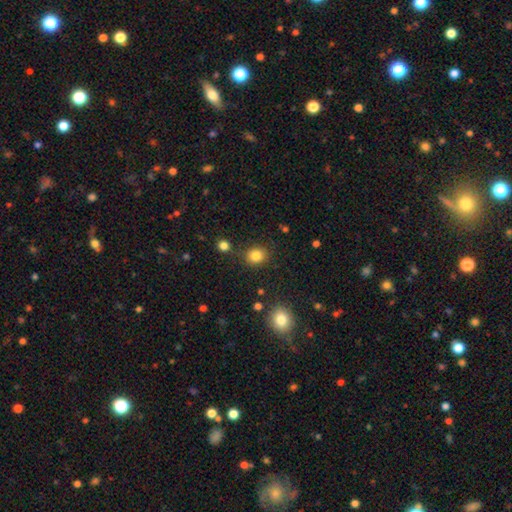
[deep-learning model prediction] Morphology: type=smooth (83%); roundness=round (73%); merging=none (83%).